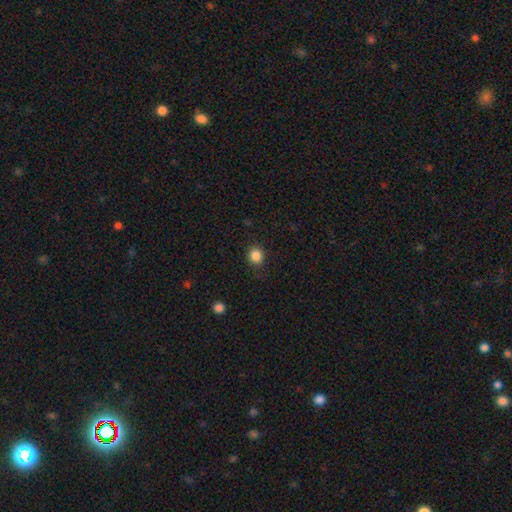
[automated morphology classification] smooth-or-featured: smooth: 86% | star or artifact: 11% | featured or disk: 4%
  how-rounded: round: 81% | in between: 18% | cigar-shaped: 1%
  merging: none: 88% | minor disturbance: 8% | major disturbance: 3% | merger: 1%